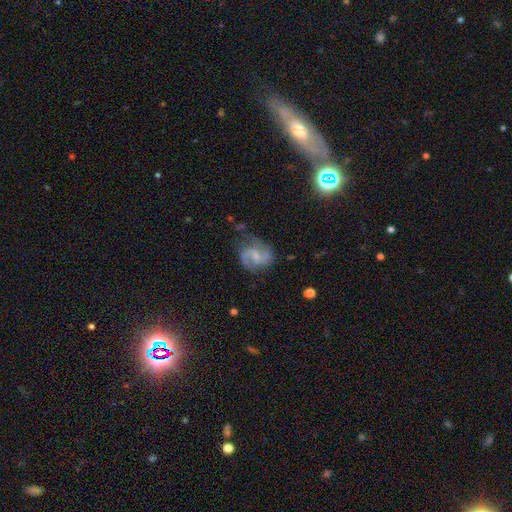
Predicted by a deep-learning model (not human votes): A featured or disk galaxy (82%) with a weak bar (50%), 2 (88%) medium (52%) spiral arms (96%) and a small central bulge (54%).

Vote fractions:
- Smooth or featured? featured or disk: 82% / smooth: 11% / star or artifact: 7%
- Edge-on disk? no: 98% / yes: 2%
- Bar? weak: 50% / no: 38% / strong: 12%
- Spiral arms? yes: 96% / no: 4%
- Spiral winding? medium: 52% / loose: 32% / tight: 16%
- Spiral arm count? 2: 88% / can't tell: 5% / 3: 2% / 1: 2% / 4: 1% / more than 4: 1%
- Bulge size? small: 54% / moderate: 29% / none: 14% / large: 2% / dominant: 1%
- Merging? none: 67% / minor disturbance: 21% / major disturbance: 10% / merger: 2%